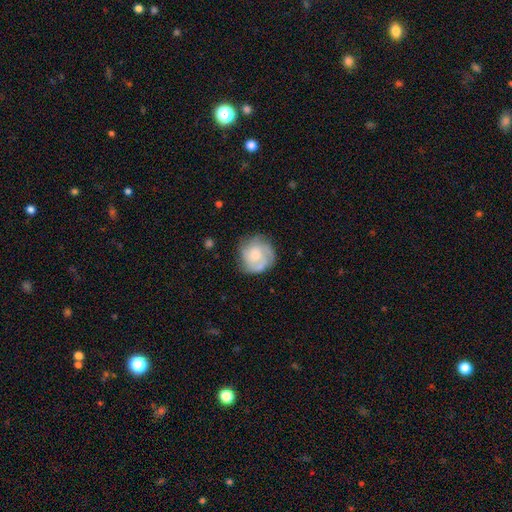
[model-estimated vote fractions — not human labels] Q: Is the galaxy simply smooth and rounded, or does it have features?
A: featured or disk — 51%.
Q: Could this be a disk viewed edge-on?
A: no — 98%.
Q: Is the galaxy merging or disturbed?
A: none — 68%.